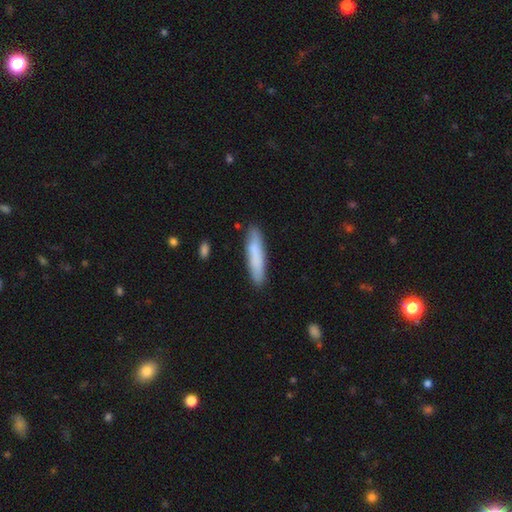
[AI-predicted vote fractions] Smooth or featured?
  - smooth: 79% *
  - featured or disk: 15%
  - star or artifact: 6%
How rounded?
  - cigar-shaped: 87% *
  - in between: 11%
  - round: 1%
Merging?
  - none: 87% *
  - minor disturbance: 10%
  - major disturbance: 2%
  - merger: 2%